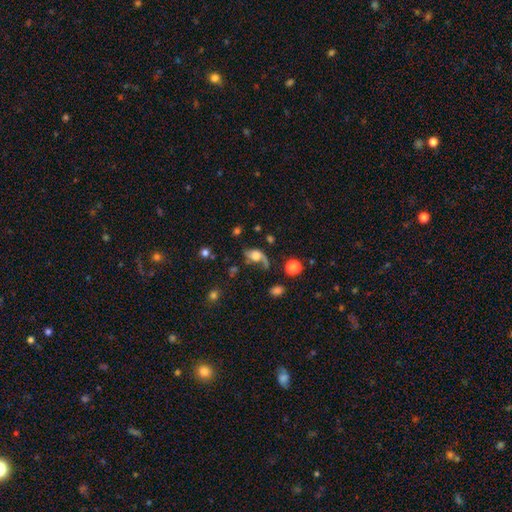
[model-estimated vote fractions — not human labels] Smooth or featured: featured or disk — 59% (smooth — 30%)
Edge-on disk: no — 93% (yes — 7%)
Bar: no — 70% (weak — 24%)
Spiral arms: yes — 86% (no — 14%)
Bulge size: large — 40% (moderate — 25%)
Merging: none — 42% (major disturbance — 27%)